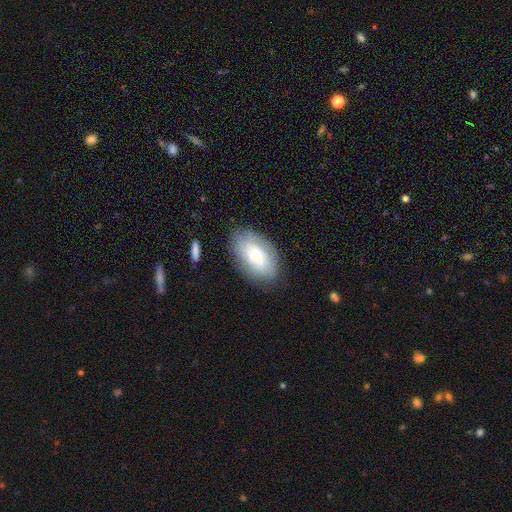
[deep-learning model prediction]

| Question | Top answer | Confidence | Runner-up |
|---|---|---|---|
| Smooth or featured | smooth | 53% | featured or disk (39%) |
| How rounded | in between | 92% | round (6%) |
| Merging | none | 77% | minor disturbance (16%) |